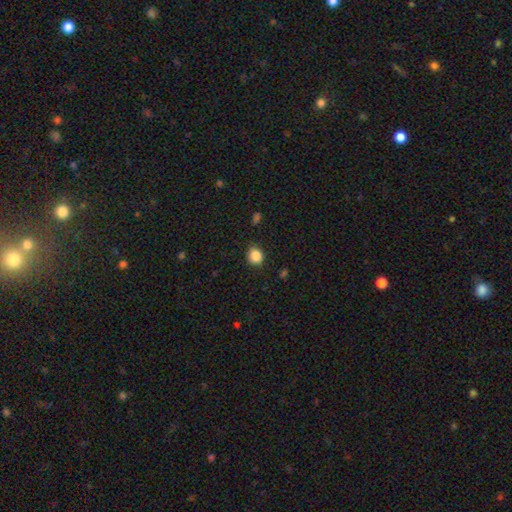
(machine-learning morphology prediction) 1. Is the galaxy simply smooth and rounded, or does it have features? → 86% smooth, 10% star or artifact, 4% featured or disk.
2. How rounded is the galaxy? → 73% round, 26% in between, 1% cigar-shaped.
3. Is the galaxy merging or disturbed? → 86% none, 11% minor disturbance, 3% major disturbance, 1% merger.